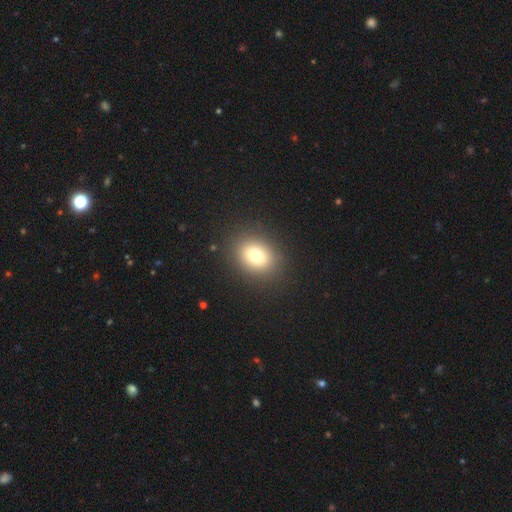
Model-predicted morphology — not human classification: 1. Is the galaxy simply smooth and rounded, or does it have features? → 78% smooth, 12% star or artifact, 11% featured or disk.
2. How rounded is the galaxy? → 58% in between, 40% round, 1% cigar-shaped.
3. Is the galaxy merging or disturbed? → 88% none, 8% minor disturbance, 3% major disturbance, 1% merger.